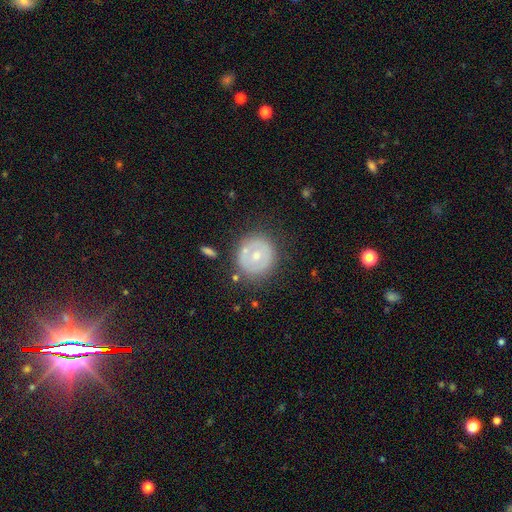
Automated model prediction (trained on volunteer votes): Q: Smooth or featured?
A: featured or disk (47%); runner-up: smooth (45%)
Q: Merging?
A: none (79%); runner-up: minor disturbance (14%)